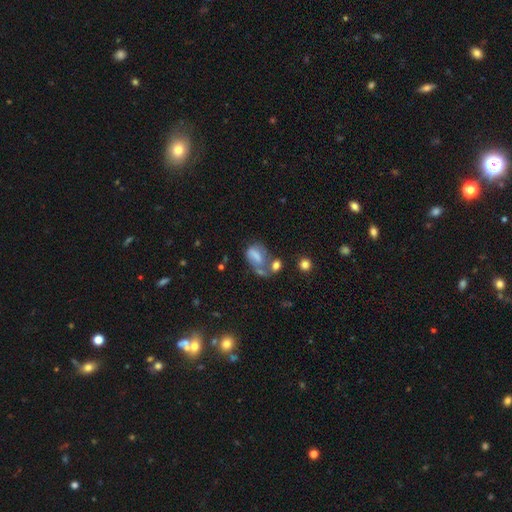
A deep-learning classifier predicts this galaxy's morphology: smooth 51%, featured or disk 37%, star or artifact 12%. Down the decision tree: how rounded — in between (80%); merging — major disturbance (31%).